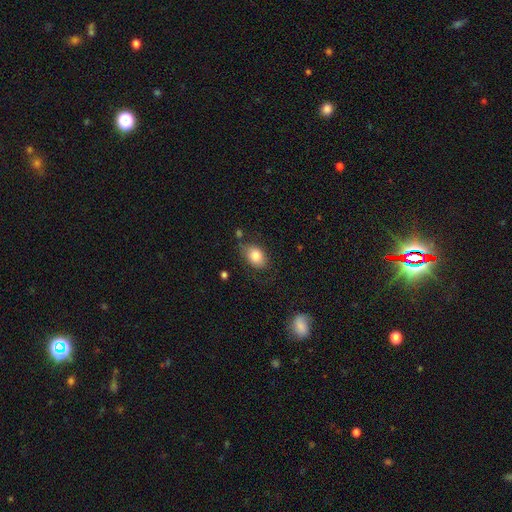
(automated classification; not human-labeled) A smooth galaxy with no disk features (81%) that is in between round and cigar-shaped (80%).

Vote fractions:
- Smooth or featured? smooth: 81% / featured or disk: 11% / star or artifact: 8%
- How rounded? in between: 80% / round: 19% / cigar-shaped: 1%
- Merging? none: 71% / minor disturbance: 20% / major disturbance: 6% / merger: 4%